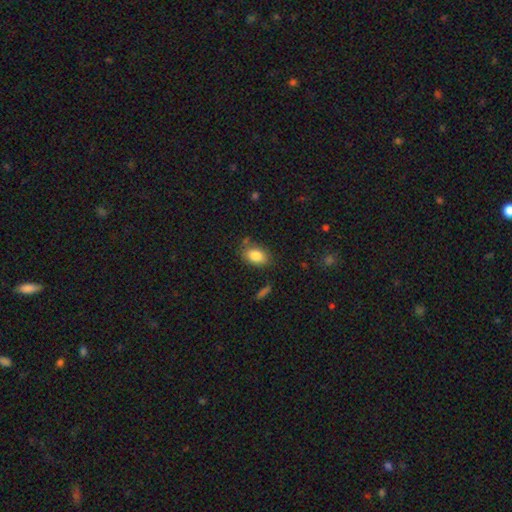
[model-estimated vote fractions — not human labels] Smooth or featured? smooth (85%)
How rounded? in between (85%)
Merging? none (75%)